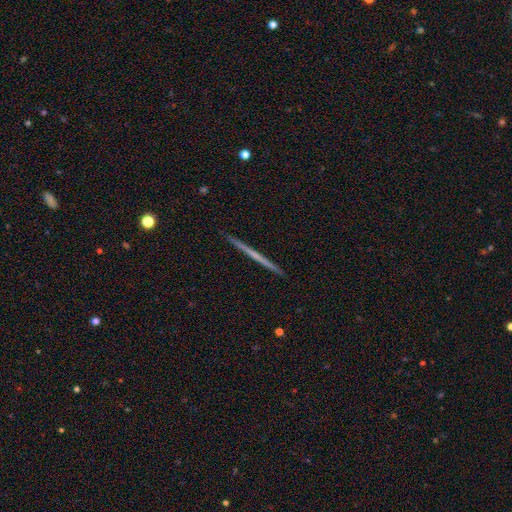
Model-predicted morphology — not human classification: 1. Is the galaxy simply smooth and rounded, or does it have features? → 58% featured or disk, 36% smooth, 6% star or artifact.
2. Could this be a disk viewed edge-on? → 98% yes, 2% no.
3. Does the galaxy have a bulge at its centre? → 90% none, 7% rounded, 3% boxy.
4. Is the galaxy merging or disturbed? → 93% none, 5% minor disturbance, 1% major disturbance, 1% merger.